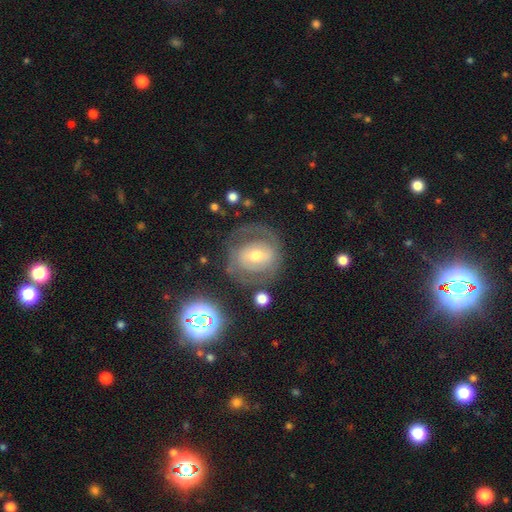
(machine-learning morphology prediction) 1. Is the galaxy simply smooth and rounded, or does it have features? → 67% featured or disk, 24% smooth, 9% star or artifact.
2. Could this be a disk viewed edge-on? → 96% no, 4% yes.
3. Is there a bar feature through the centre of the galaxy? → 41% no, 39% weak, 20% strong.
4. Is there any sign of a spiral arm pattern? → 66% yes, 34% no.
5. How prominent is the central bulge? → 63% moderate, 27% small, 7% large, 1% none, 1% dominant.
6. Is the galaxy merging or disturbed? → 68% none, 16% minor disturbance, 14% major disturbance, 3% merger.